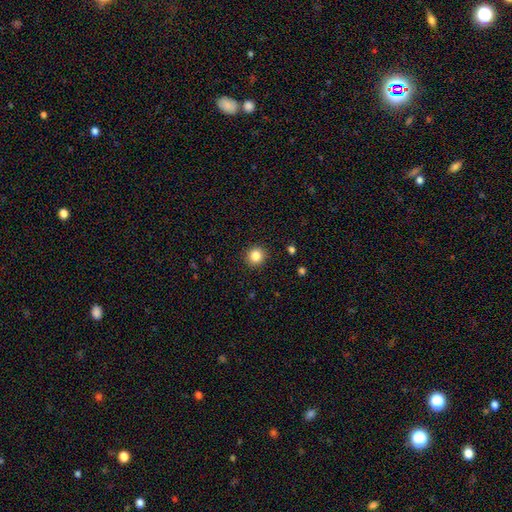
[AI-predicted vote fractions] This appears to be a smooth galaxy with no disk features (84%) that is round (92%). Merging: none (92%).